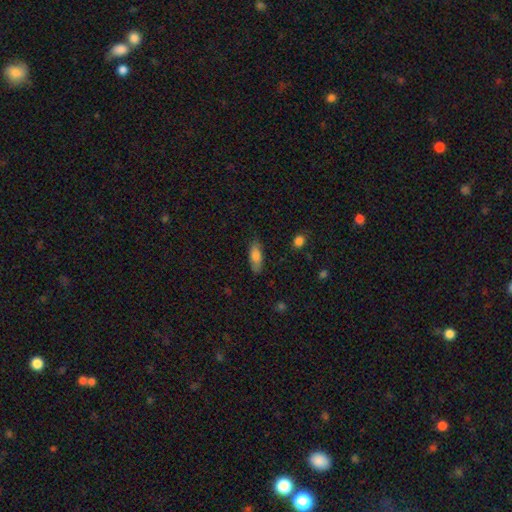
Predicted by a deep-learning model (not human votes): A smooth galaxy with no disk features (79%) that is in between round and cigar-shaped (72%).

Vote fractions:
- Smooth or featured? smooth: 79% / featured or disk: 14% / star or artifact: 7%
- How rounded? in between: 72% / cigar-shaped: 26% / round: 2%
- Merging? none: 81% / minor disturbance: 15% / major disturbance: 3% / merger: 1%